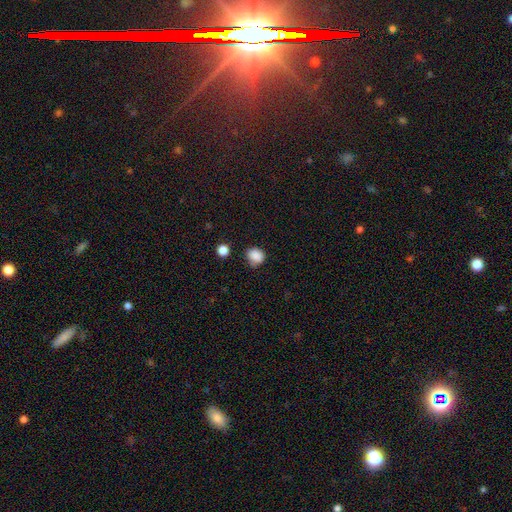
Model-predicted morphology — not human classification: A smooth galaxy with no disk features (86%) that is round (66%). Merging: none (68%).